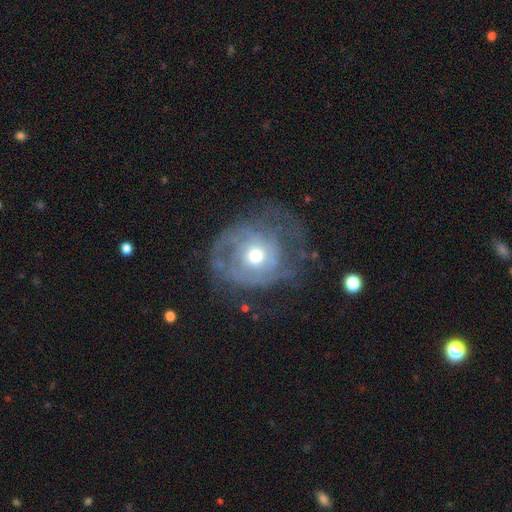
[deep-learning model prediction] Smooth or featured? featured or disk (73%)
Edge-on disk? no (97%)
Bar? no (82%)
Spiral arms? yes (74%)
Spiral winding? tight (58%)
Spiral arm count? can't tell (47%)
Bulge size? moderate (71%)
Merging? none (48%)